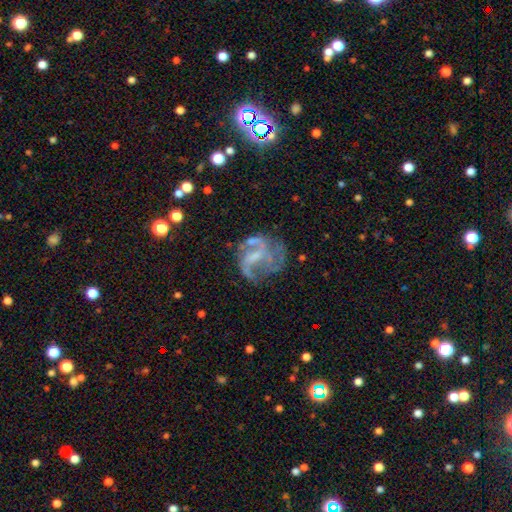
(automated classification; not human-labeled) The model was most divided on "spiral winding": loose: 42%, medium: 41%, tight: 17%. Remaining: edge-on disk — no (98%); spiral arms — yes (76%); smooth or featured — featured or disk (75%); merging — none (47%); bar — weak (43%); bulge size — none (41%); spiral arm count — 2 (31%).